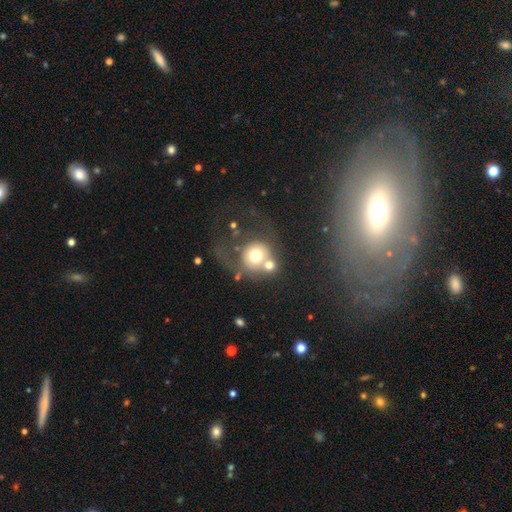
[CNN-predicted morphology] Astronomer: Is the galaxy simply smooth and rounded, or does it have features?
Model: smooth — 63%.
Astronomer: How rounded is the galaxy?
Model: round — 87%.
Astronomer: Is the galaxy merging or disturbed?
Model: merger — 39% (runner-up: none, 32%).